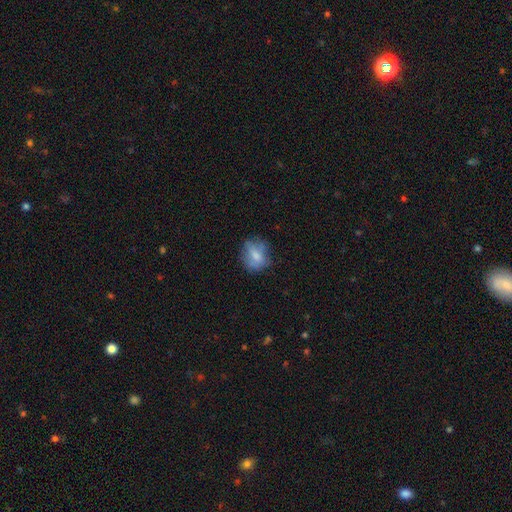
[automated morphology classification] This appears to be a smooth galaxy with no disk features (64%) that is round (57%). Merging: none (63%).